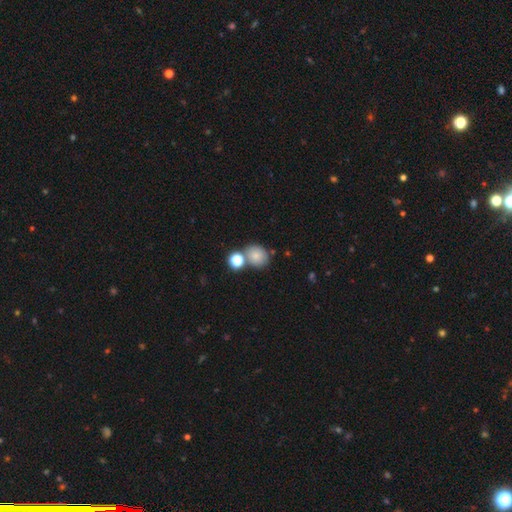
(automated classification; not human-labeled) This is likely a smooth galaxy (79%). How rounded: likely round (74%). Merging: possibly none (60%).